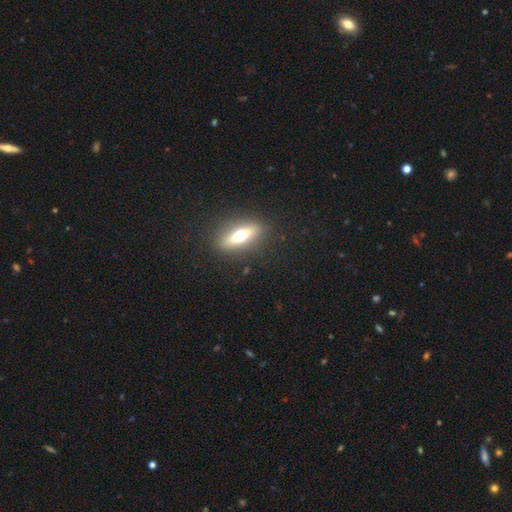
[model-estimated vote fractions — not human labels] smooth-or-featured: smooth: 44% | featured or disk: 36% | star or artifact: 19%
  merging: none: 86% | minor disturbance: 8% | major disturbance: 3% | merger: 2%